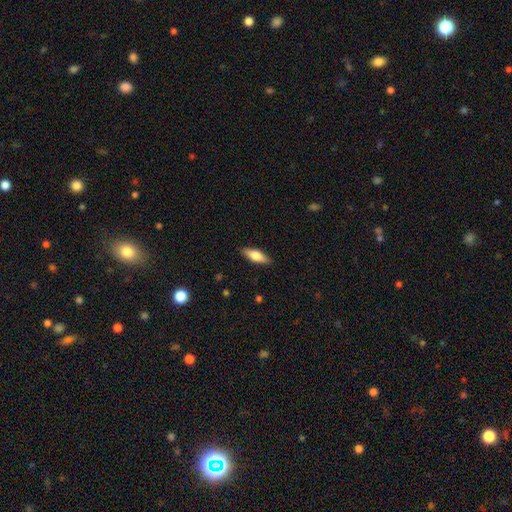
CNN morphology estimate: Smooth or featured: smooth — 63% (featured or disk — 30%)
How rounded: in between — 58% (cigar-shaped — 39%)
Merging: none — 88% (minor disturbance — 9%)